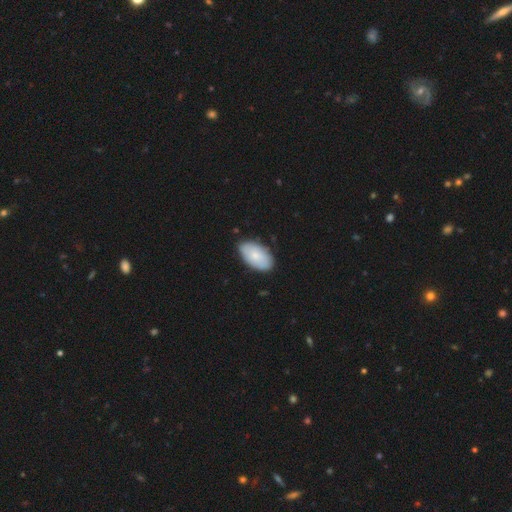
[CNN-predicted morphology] smooth-or-featured: smooth: 73% | featured or disk: 21% | star or artifact: 6%
  how-rounded: in between: 95% | round: 3% | cigar-shaped: 2%
  merging: none: 80% | minor disturbance: 16% | major disturbance: 3% | merger: 1%